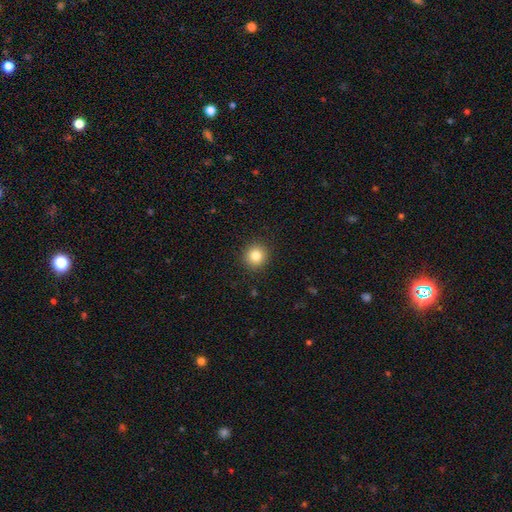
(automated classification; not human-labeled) A smooth galaxy with no disk features (83%) that is round (91%).

Vote fractions:
- Smooth or featured? smooth: 83% / star or artifact: 11% / featured or disk: 6%
- How rounded? round: 91% / in between: 8% / cigar-shaped: 1%
- Merging? none: 91% / minor disturbance: 6% / major disturbance: 2% / merger: 1%